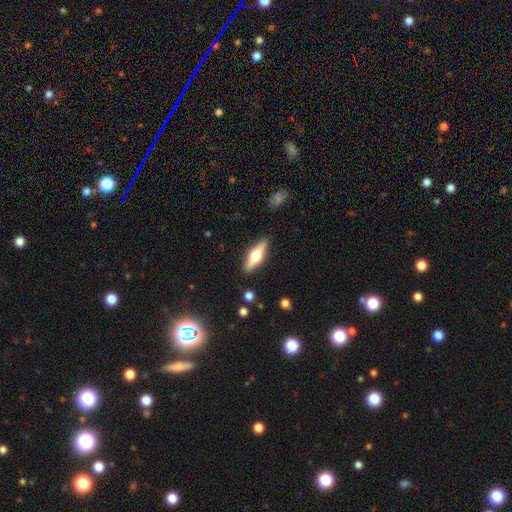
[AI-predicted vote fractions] Q: Smooth or featured?
A: featured or disk (57%); runner-up: smooth (38%)
Q: Edge-on disk?
A: yes (94%); runner-up: no (6%)
Q: Edge-on bulge?
A: rounded (95%); runner-up: boxy (3%)
Q: Merging?
A: none (89%); runner-up: minor disturbance (8%)